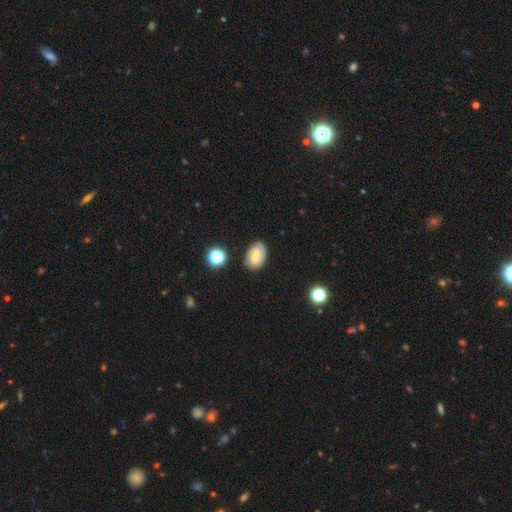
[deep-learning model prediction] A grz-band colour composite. It shows a smooth galaxy with no disk features (53%) that is in between round and cigar-shaped (82%). Merging: none (80%).